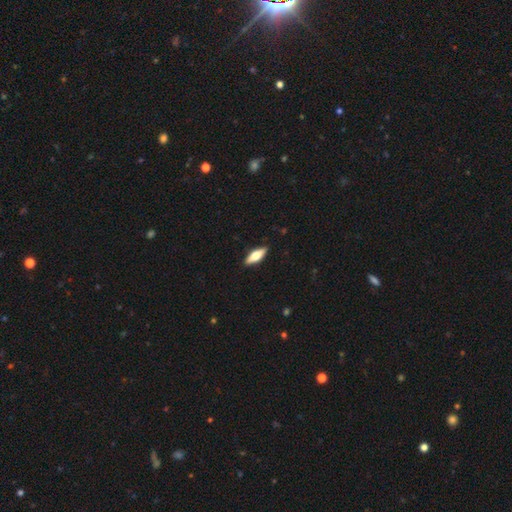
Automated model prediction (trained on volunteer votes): Smooth or featured: smooth — 59% (featured or disk — 35%)
How rounded: in between — 61% (cigar-shaped — 37%)
Merging: none — 90% (minor disturbance — 8%)